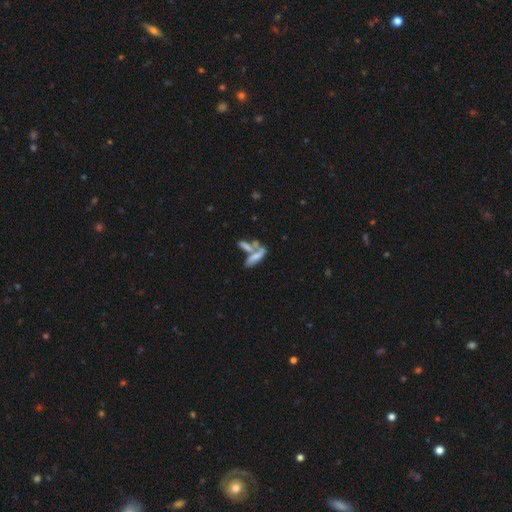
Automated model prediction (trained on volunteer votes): Morphology: type=smooth (59%); roundness=cigar-shaped (56%); merging=merger (52%).